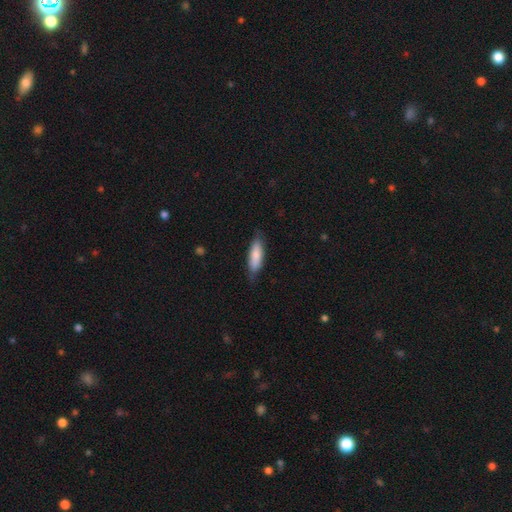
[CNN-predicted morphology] Smooth or featured?
  - smooth: 78% *
  - featured or disk: 16%
  - star or artifact: 5%
How rounded?
  - cigar-shaped: 53% *
  - in between: 45%
  - round: 1%
Merging?
  - none: 77% *
  - minor disturbance: 19%
  - major disturbance: 3%
  - merger: 1%